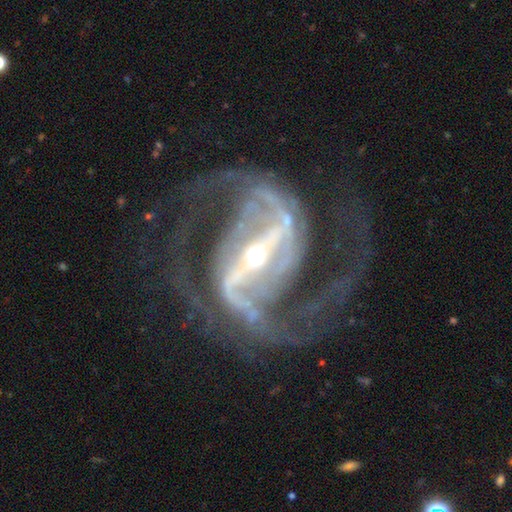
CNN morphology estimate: Smooth or featured: featured or disk — 93% (star or artifact — 5%)
Edge-on disk: no — 96% (yes — 4%)
Bar: strong — 81% (weak — 15%)
Spiral arms: yes — 98% (no — 2%)
Spiral winding: medium — 58% (loose — 25%)
Spiral arm count: 2 — 84% (3 — 6%)
Bulge size: small — 58% (moderate — 37%)
Merging: none — 69% (major disturbance — 16%)